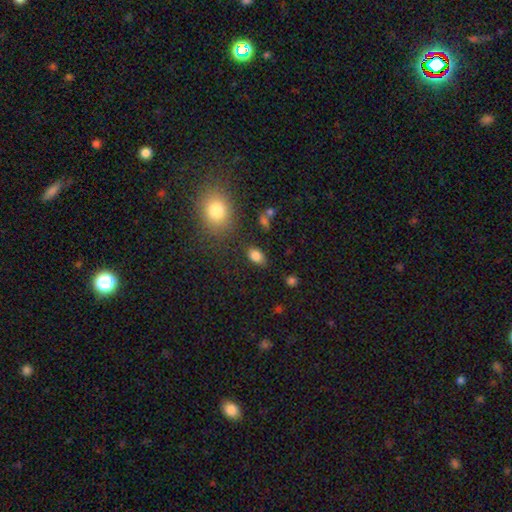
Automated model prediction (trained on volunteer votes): A smooth galaxy with no disk features (84%) that is in between round and cigar-shaped (86%).

Vote fractions:
- Smooth or featured? smooth: 84% / star or artifact: 10% / featured or disk: 6%
- How rounded? in between: 86% / round: 13% / cigar-shaped: 2%
- Merging? none: 80% / minor disturbance: 13% / major disturbance: 4% / merger: 3%